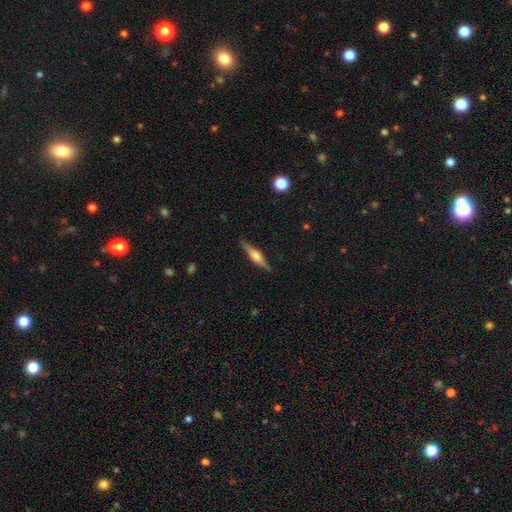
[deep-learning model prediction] Smooth or featured?
  - featured or disk: 61% *
  - smooth: 33%
  - star or artifact: 6%
Edge-on disk?
  - yes: 97% *
  - no: 3%
Edge-on bulge?
  - rounded: 78% *
  - boxy: 17%
  - none: 4%
Merging?
  - none: 88% *
  - minor disturbance: 9%
  - major disturbance: 2%
  - merger: 1%